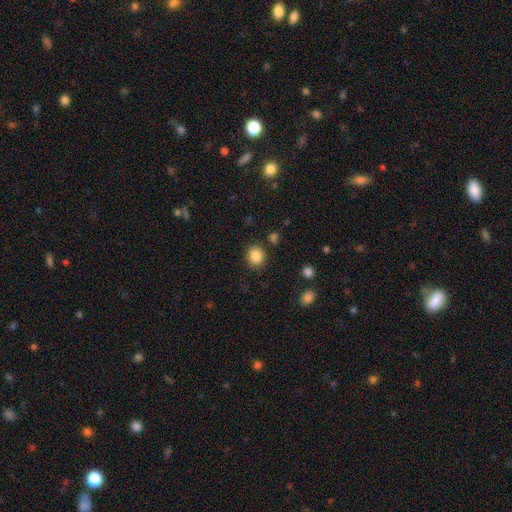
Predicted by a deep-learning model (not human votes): This appears to be a smooth galaxy with no disk features (86%) that is round (79%). Merging: none (86%).